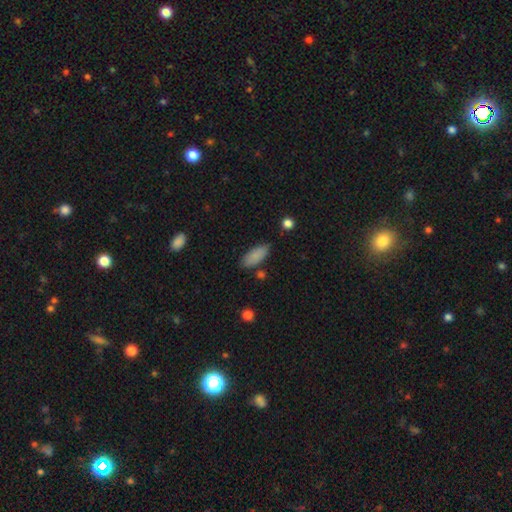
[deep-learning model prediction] Smooth or featured? smooth (87%)
How rounded? in between (81%)
Merging? none (80%)